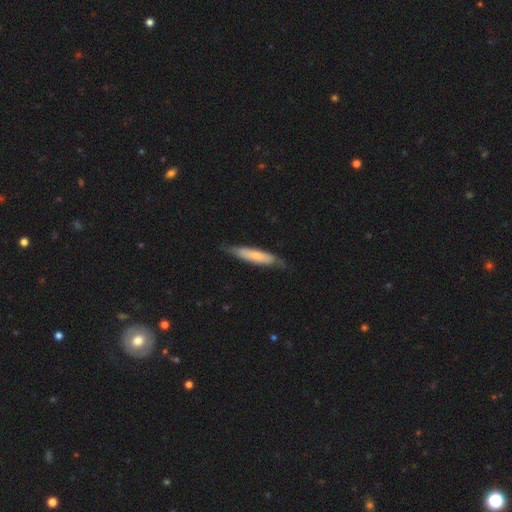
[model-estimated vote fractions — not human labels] The model was most divided on "smooth or featured": smooth: 58%, featured or disk: 37%, star or artifact: 6%. More confident: how rounded — cigar-shaped (78%); merging — none (68%).